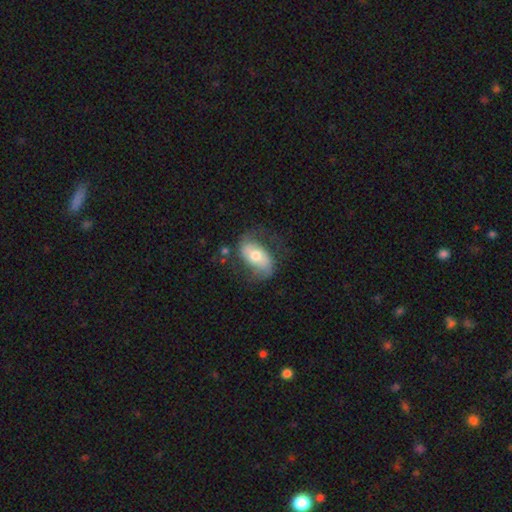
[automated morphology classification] A featured or disk galaxy (52%).

Vote fractions:
- Smooth or featured? featured or disk: 52% / smooth: 42% / star or artifact: 6%
- Edge-on disk? no: 93% / yes: 7%
- Merging? none: 59% / minor disturbance: 23% / major disturbance: 16% / merger: 2%